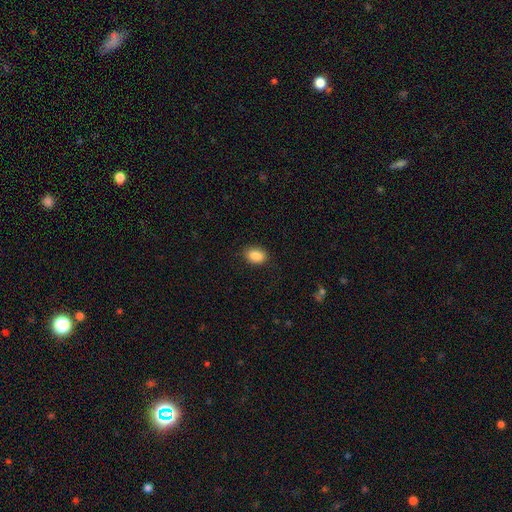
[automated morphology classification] Overall: smooth (88%). How rounded: in between (77%). Merging: none (85%).